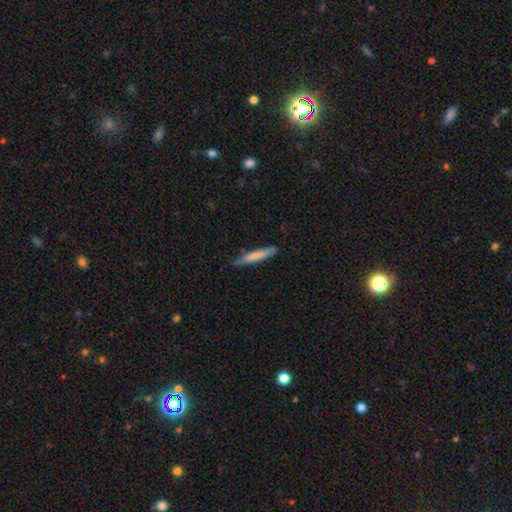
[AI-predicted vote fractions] smooth_or_featured: smooth (p=0.70) [alt: featured or disk p=0.25]
how_rounded: cigar-shaped (p=0.93) [alt: in between p=0.06]
merging: none (p=0.78) [alt: minor disturbance p=0.18]